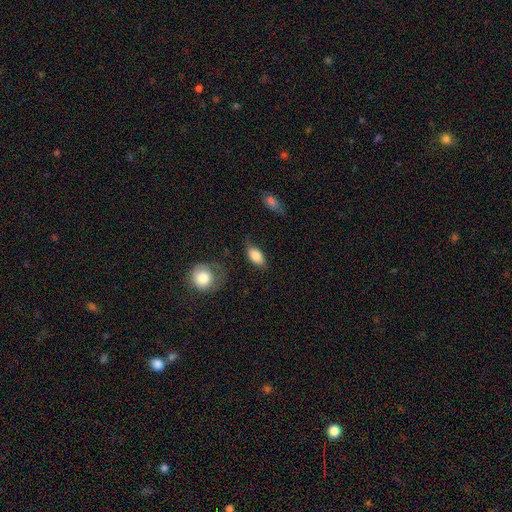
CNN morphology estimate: This appears to be a smooth galaxy with no disk features (83%) that is in between round and cigar-shaped (90%). Merging: none (69%).